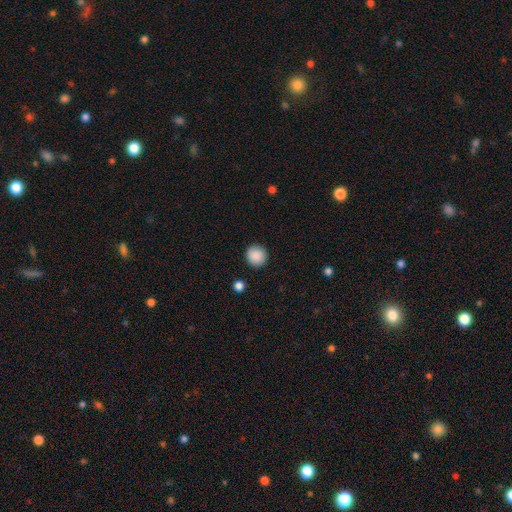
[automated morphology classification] A smooth galaxy with no disk features (89%) that is round (93%). Merging: none (91%).